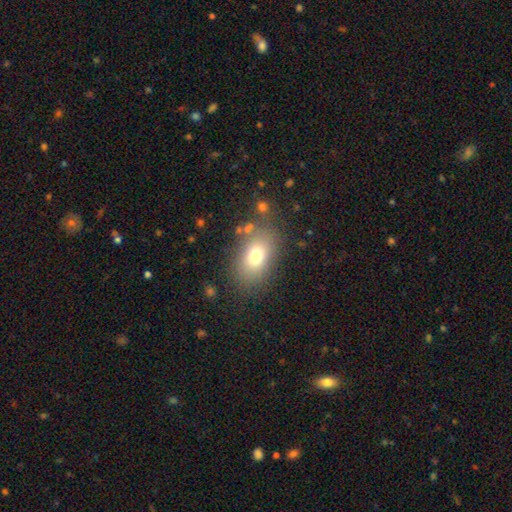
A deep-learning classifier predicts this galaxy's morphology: Overall: smooth (74%). How rounded: in between (77%). Merging: none (77%).